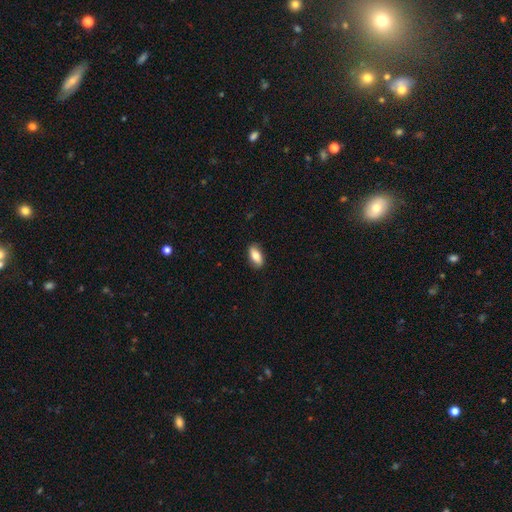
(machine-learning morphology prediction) A smooth galaxy with no disk features (79%) that is in between round and cigar-shaped (86%).

Vote fractions:
- Smooth or featured? smooth: 79% / featured or disk: 15% / star or artifact: 7%
- How rounded? in between: 86% / cigar-shaped: 10% / round: 4%
- Merging? none: 86% / minor disturbance: 11% / major disturbance: 2% / merger: 1%